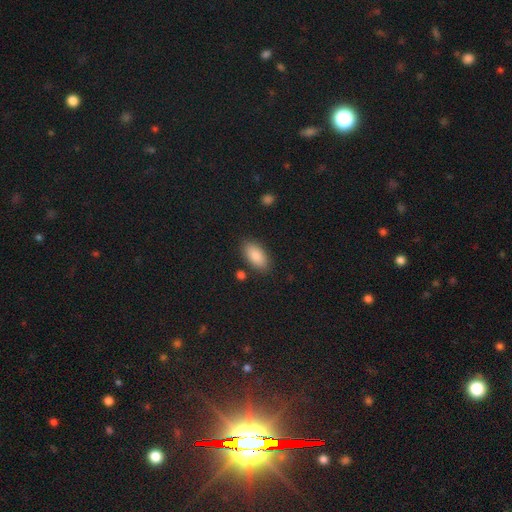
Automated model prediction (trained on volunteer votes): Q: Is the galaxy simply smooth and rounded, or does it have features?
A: smooth — 88%.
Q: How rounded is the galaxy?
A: in between — 92%.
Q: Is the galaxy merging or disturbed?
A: none — 84%.